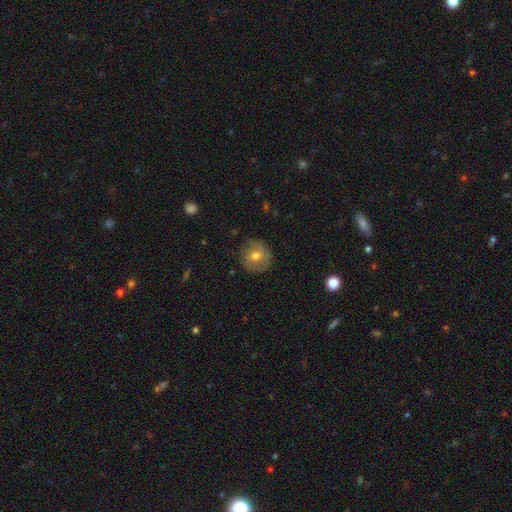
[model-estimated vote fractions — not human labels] The model was most divided on "smooth or featured": smooth: 62%, featured or disk: 29%, star or artifact: 9%. More confident: how rounded — round (89%); merging — none (81%).